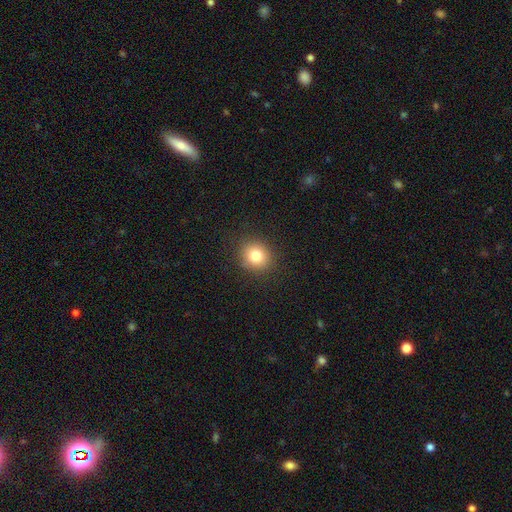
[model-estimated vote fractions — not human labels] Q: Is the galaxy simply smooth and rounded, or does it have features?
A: smooth — 81%.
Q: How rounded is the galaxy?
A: round — 81%.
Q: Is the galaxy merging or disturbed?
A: none — 89%.